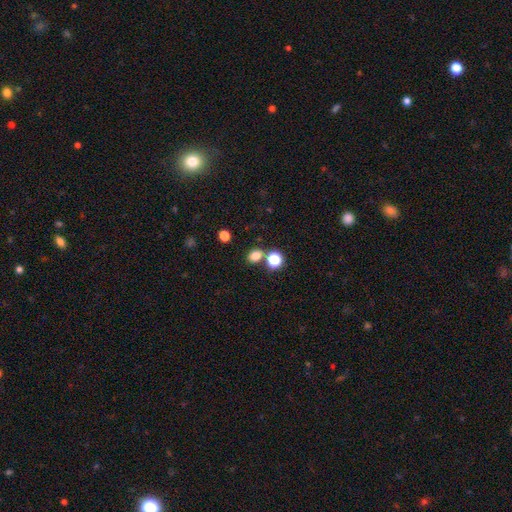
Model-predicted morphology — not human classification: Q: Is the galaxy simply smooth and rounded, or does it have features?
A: smooth — 79%.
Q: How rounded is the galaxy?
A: in between — 53%.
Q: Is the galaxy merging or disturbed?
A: none — 68%.